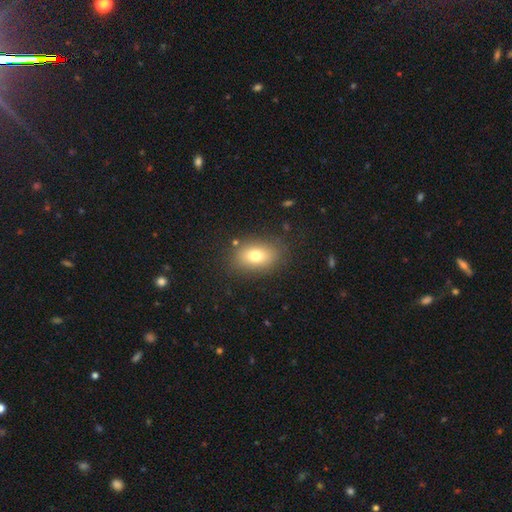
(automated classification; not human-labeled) This appears to be a smooth galaxy with no disk features (75%) that is in between round and cigar-shaped (79%). Merging: none (84%).